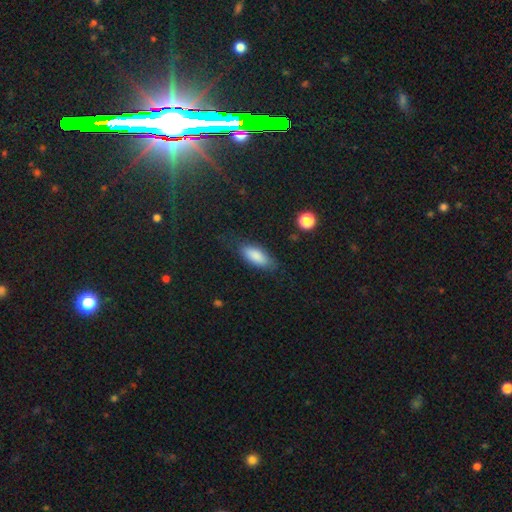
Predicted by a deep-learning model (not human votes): This is clearly a smooth galaxy (84%). How rounded: likely in between (80%). Merging: likely none (76%).